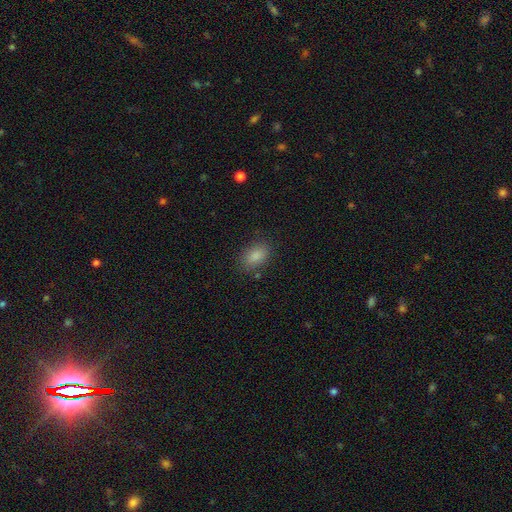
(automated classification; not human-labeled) A smooth galaxy with no disk features (86%) that is in between round and cigar-shaped (89%). Merging: none (82%).